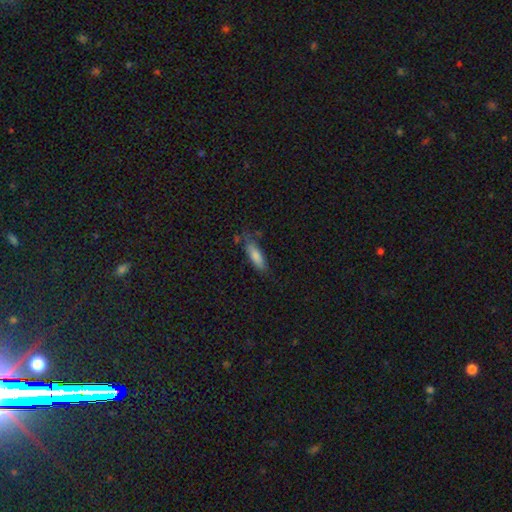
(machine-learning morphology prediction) Smooth or featured? Predicted: smooth (p=0.75). How rounded? Predicted: cigar-shaped (p=0.57). Merging? Predicted: none (p=0.69).